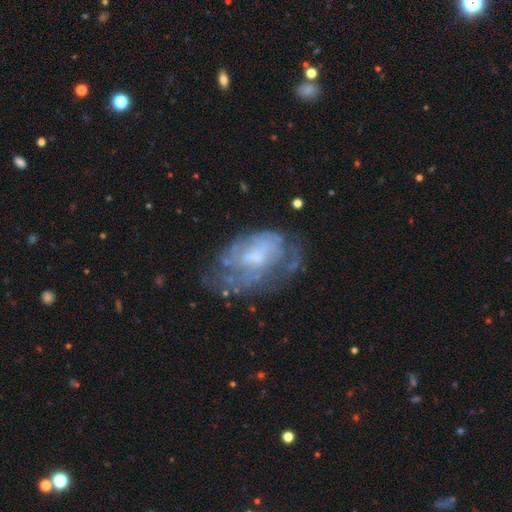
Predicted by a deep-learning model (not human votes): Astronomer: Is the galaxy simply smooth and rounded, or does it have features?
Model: featured or disk — 67%.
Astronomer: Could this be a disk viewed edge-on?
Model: no — 96%.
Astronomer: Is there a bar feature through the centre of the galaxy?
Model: no — 62%.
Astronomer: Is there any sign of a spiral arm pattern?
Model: yes — 54% (runner-up: no, 46%).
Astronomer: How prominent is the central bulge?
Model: small — 40% (runner-up: moderate, 35%).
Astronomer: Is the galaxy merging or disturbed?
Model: none — 52%.